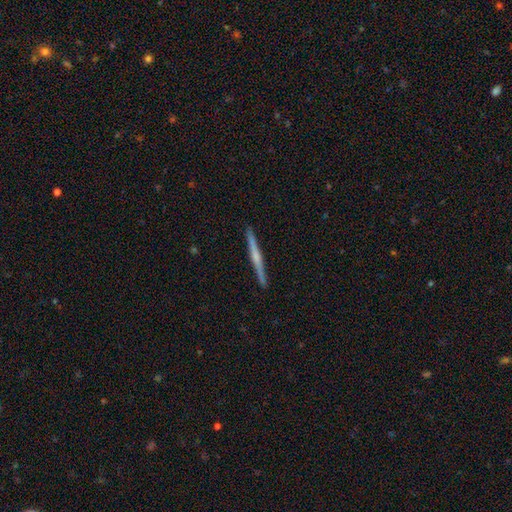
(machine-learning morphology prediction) The model was most divided on "edge-on bulge": rounded: 56%, none: 33%, boxy: 11%. More confident: edge-on disk — yes (98%); merging — none (92%); smooth or featured — featured or disk (67%).